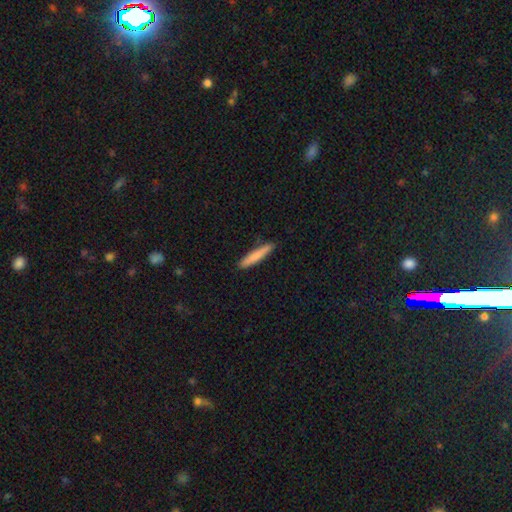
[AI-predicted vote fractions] This is likely a smooth galaxy (79%). How rounded: clearly cigar-shaped (93%). Merging: clearly none (88%).